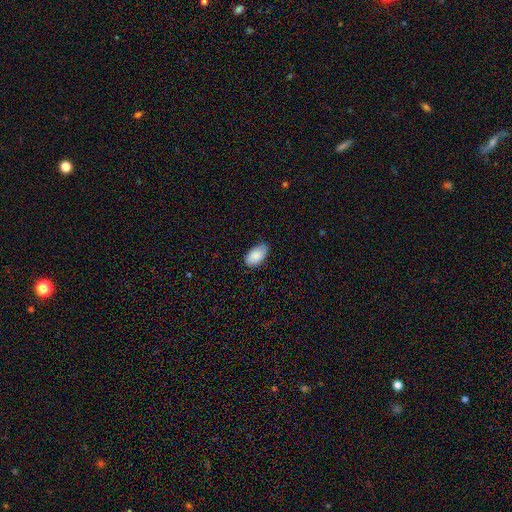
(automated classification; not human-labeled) smooth-or-featured: smooth: 87% | featured or disk: 7% | star or artifact: 6%
  how-rounded: in between: 95% | round: 3% | cigar-shaped: 2%
  merging: none: 78% | minor disturbance: 19% | major disturbance: 2% | merger: 1%